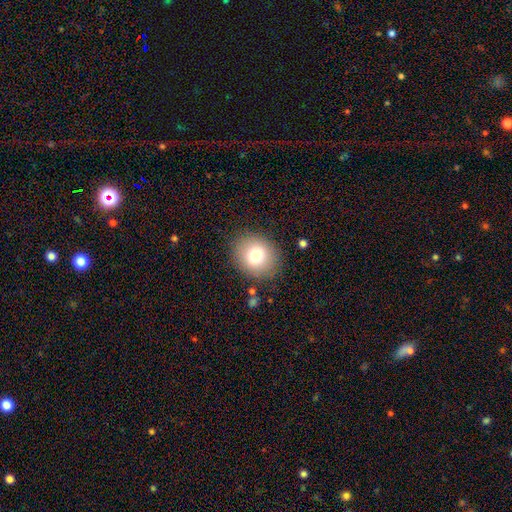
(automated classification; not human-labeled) A smooth galaxy with no disk features (76%) that is round (70%). Merging: none (86%).